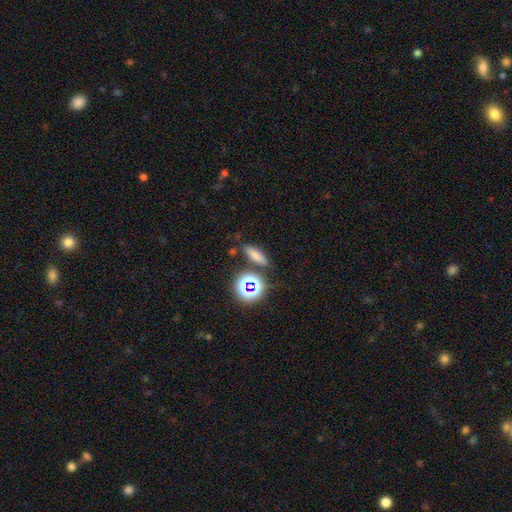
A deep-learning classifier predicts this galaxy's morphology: Overall: smooth (71%). How rounded: cigar-shaped (50%; in between 38%). Merging: none (80%).